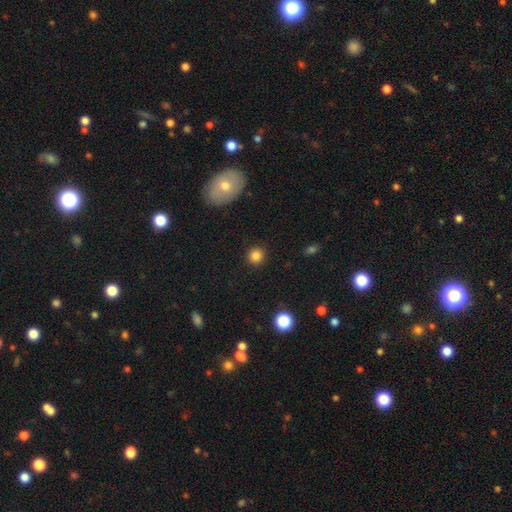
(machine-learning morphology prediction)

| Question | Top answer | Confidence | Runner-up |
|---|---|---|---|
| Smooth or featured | smooth | 85% | star or artifact (12%) |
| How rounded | round | 92% | in between (7%) |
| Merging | none | 90% | minor disturbance (6%) |